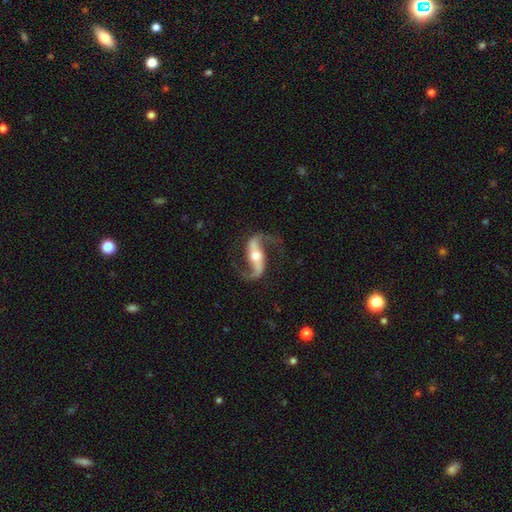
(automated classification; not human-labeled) Morphology: type=featured or disk (92%); edge-on=no (94%); bar=strong (57%); spiral arms=yes (97%); winding=loose (60%); arm count=2 (94%); bulge=moderate (61%); merging=none (79%).